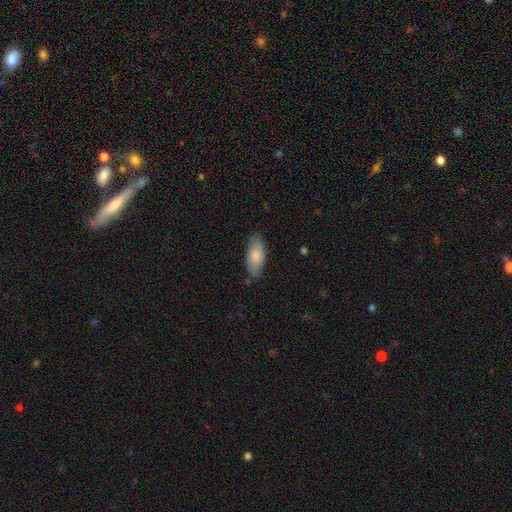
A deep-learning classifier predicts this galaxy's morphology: smooth-or-featured: smooth: 80% | featured or disk: 14% | star or artifact: 6%
  how-rounded: in between: 85% | cigar-shaped: 13% | round: 2%
  merging: none: 77% | minor disturbance: 18% | major disturbance: 3% | merger: 1%